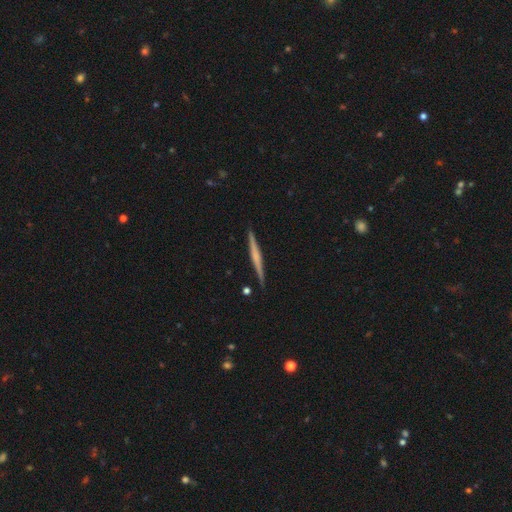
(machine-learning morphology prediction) Smooth or featured: featured or disk — 64% (smooth — 30%)
Edge-on disk: yes — 98% (no — 2%)
Edge-on bulge: none — 47% (rounded — 35%)
Merging: none — 91% (minor disturbance — 7%)